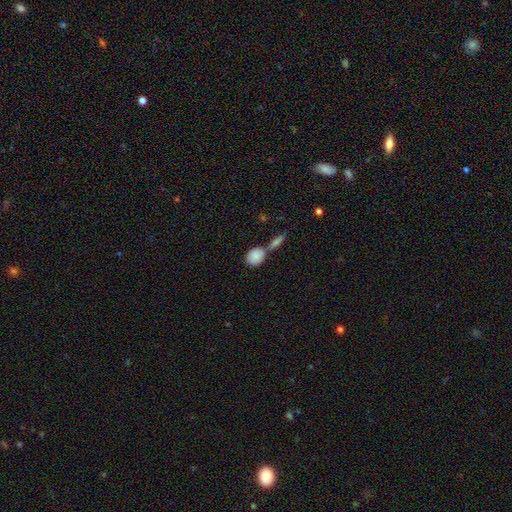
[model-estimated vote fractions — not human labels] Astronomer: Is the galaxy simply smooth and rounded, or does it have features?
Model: smooth — 84%.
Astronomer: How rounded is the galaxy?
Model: round — 62%.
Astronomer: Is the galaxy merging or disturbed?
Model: none — 45% (runner-up: merger, 40%).